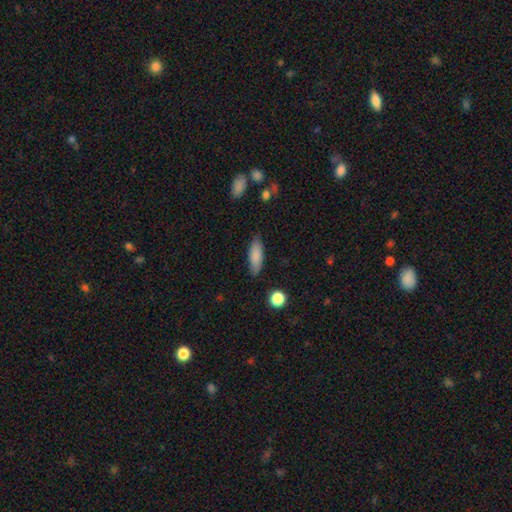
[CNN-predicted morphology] This is clearly a smooth galaxy (84%). How rounded: possibly in between (56%). Merging: clearly none (84%).